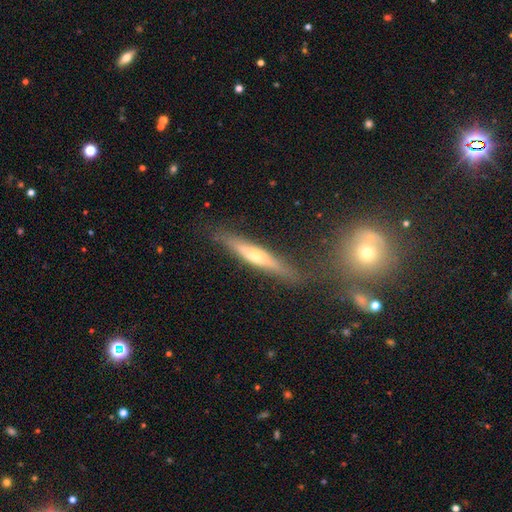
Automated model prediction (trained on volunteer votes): Smooth or featured? featured or disk (53%)
Edge-on disk? yes (90%)
Merging? none (75%)